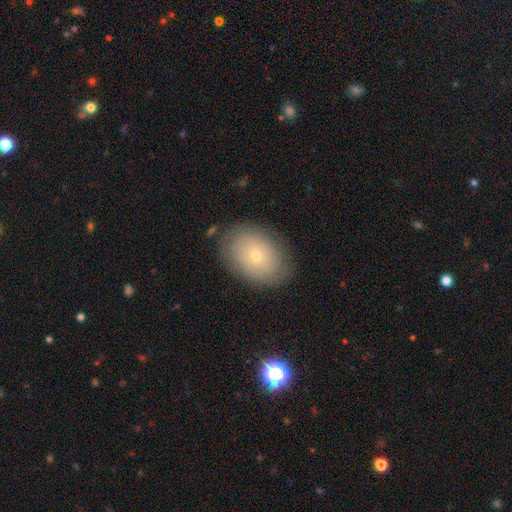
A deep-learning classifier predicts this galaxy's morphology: Smooth or featured: smooth — 57% (featured or disk — 35%)
How rounded: in between — 79% (round — 19%)
Merging: none — 83% (minor disturbance — 12%)